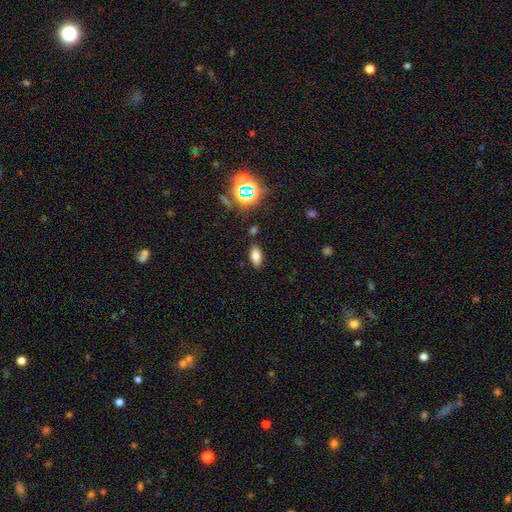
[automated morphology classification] smooth_or_featured: smooth (p=0.74) [alt: star or artifact p=0.15]
how_rounded: in between (p=0.87) [alt: cigar-shaped p=0.09]
merging: none (p=0.85) [alt: minor disturbance p=0.09]